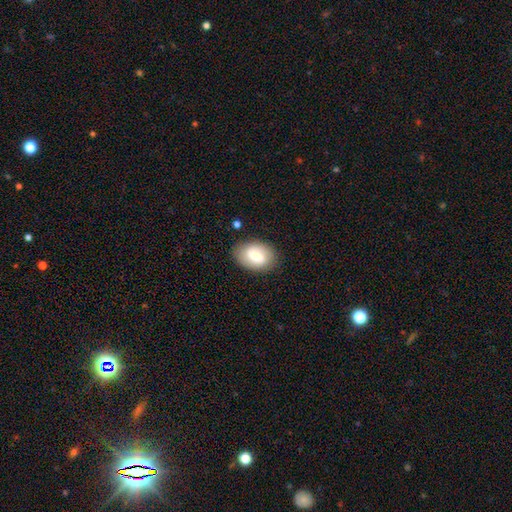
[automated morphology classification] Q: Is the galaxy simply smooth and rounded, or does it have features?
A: smooth — 62%.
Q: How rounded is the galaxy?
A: in between — 83%.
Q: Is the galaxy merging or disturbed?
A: none — 83%.